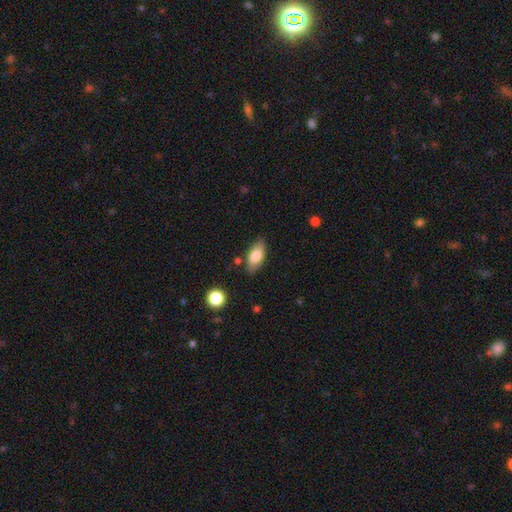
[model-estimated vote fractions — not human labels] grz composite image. It shows a smooth galaxy with no disk features (78%) that is in between round and cigar-shaped (86%). Merging: none (82%).